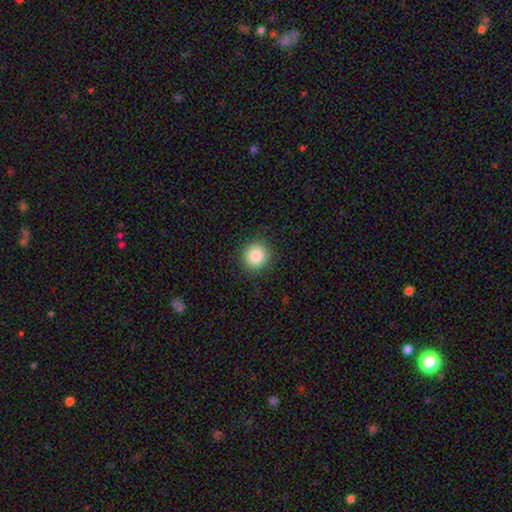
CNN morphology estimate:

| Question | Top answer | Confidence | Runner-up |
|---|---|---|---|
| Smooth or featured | smooth | 85% | star or artifact (9%) |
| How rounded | round | 94% | in between (6%) |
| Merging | none | 91% | minor disturbance (6%) |